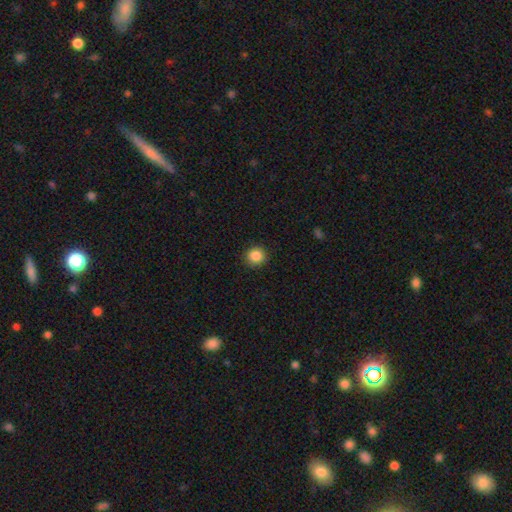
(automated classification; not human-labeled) Morphology: type=smooth (87%); roundness=round (91%); merging=none (91%).